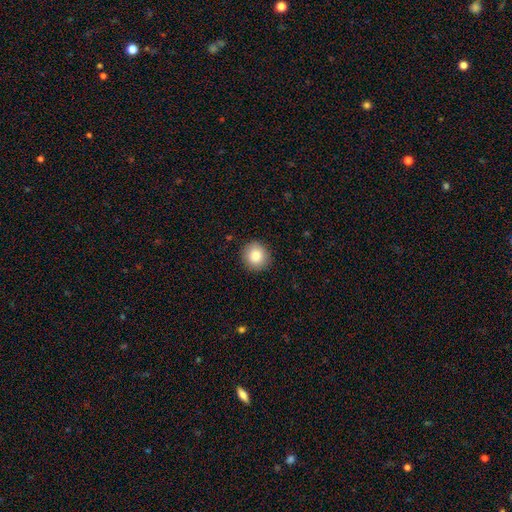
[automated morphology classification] Smooth or featured: smooth — 84% (star or artifact — 9%)
How rounded: round — 92% (in between — 7%)
Merging: none — 91% (minor disturbance — 6%)